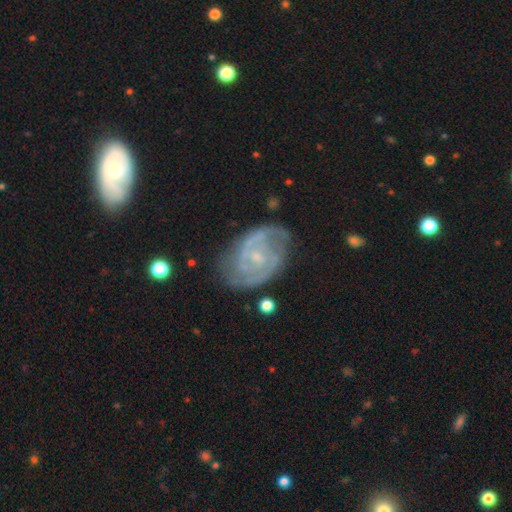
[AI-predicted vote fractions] A featured or disk galaxy (85%) with no bar (49%), 2 (65%) tight (47%) spiral arms (95%) and a small central bulge (72%).

Vote fractions:
- Smooth or featured? featured or disk: 85% / smooth: 9% / star or artifact: 6%
- Edge-on disk? no: 97% / yes: 3%
- Bar? no: 49% / weak: 43% / strong: 8%
- Spiral arms? yes: 95% / no: 5%
- Spiral winding? tight: 47% / medium: 42% / loose: 11%
- Spiral arm count? 2: 65% / can't tell: 17% / 3: 10% / 4: 3% / 1: 3% / more than 4: 3%
- Bulge size? small: 72% / moderate: 20% / none: 6% / large: 1% / dominant: 1%
- Merging? none: 70% / minor disturbance: 20% / major disturbance: 7% / merger: 2%